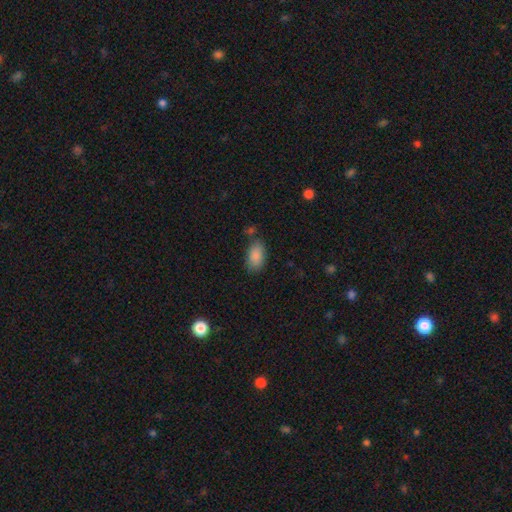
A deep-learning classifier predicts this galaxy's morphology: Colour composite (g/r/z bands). It shows a smooth galaxy with no disk features (88%) that is in between round and cigar-shaped (93%). Merging: none (73%).